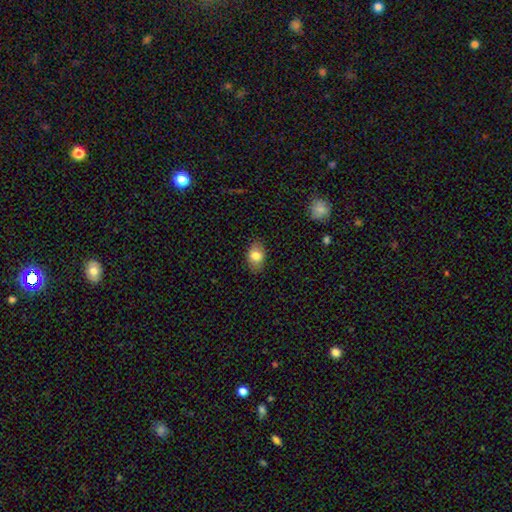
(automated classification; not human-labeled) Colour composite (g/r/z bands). It shows a smooth galaxy with no disk features (80%) that is in between round and cigar-shaped (84%). Merging: none (85%).